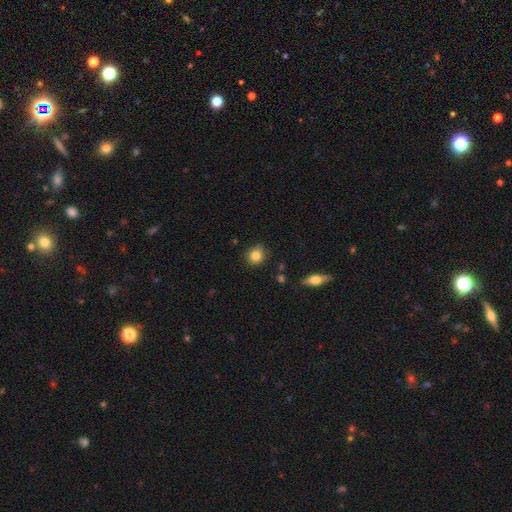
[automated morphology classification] smooth 83%, star or artifact 10%, featured or disk 7%. Down the decision tree: how rounded — round (84%); merging — none (81%).